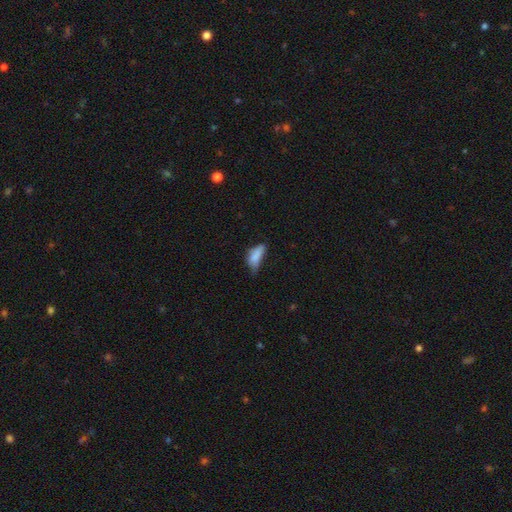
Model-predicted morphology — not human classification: Q: Smooth or featured?
A: smooth (75%); runner-up: featured or disk (15%)
Q: How rounded?
A: in between (79%); runner-up: cigar-shaped (18%)
Q: Merging?
A: minor disturbance (42%); runner-up: major disturbance (27%)